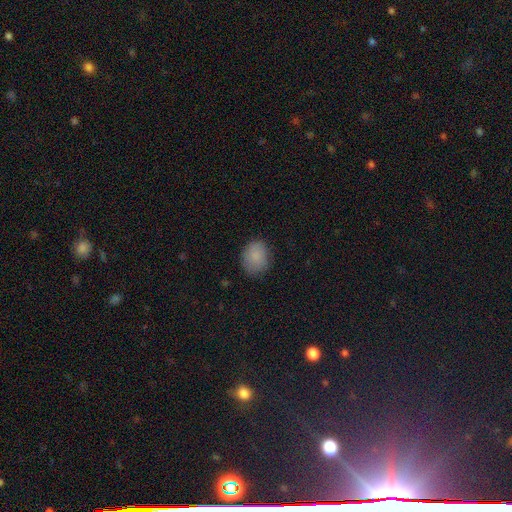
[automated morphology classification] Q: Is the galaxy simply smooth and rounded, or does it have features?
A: smooth — 86%.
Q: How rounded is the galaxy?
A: round — 54%.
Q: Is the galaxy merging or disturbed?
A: none — 78%.